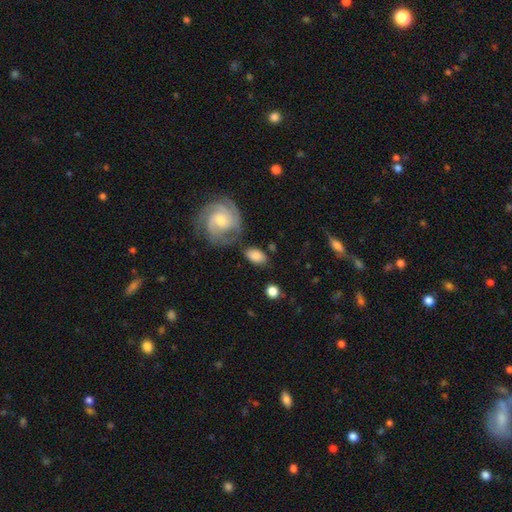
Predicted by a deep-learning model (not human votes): smooth-or-featured: smooth: 70% | featured or disk: 23% | star or artifact: 7%
  how-rounded: in between: 86% | round: 12% | cigar-shaped: 2%
  merging: none: 69% | minor disturbance: 17% | merger: 7% | major disturbance: 6%